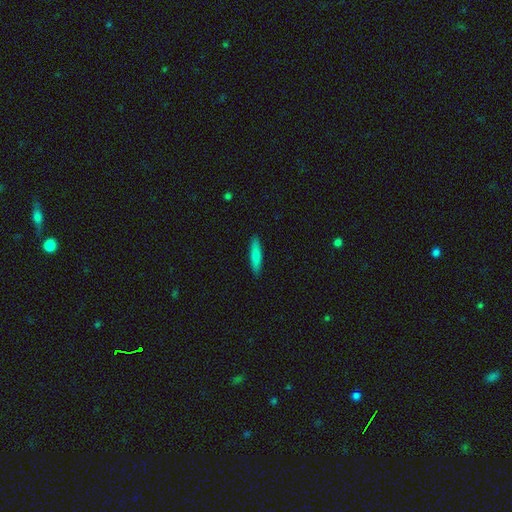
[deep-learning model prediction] Q: Smooth or featured?
A: smooth (80%); runner-up: featured or disk (14%)
Q: How rounded?
A: cigar-shaped (85%); runner-up: in between (14%)
Q: Merging?
A: none (90%); runner-up: minor disturbance (8%)